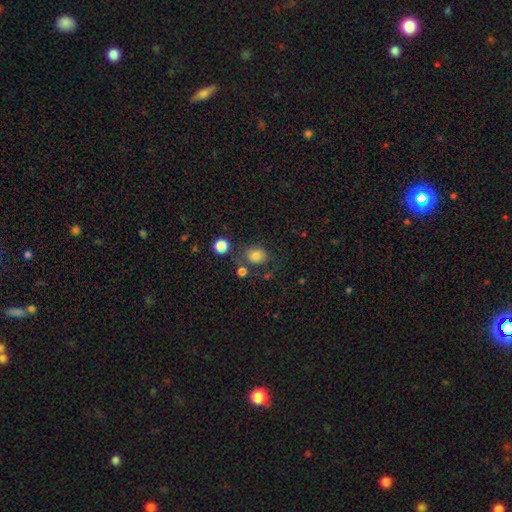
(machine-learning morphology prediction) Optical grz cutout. It shows a smooth galaxy with no disk features (80%) that is round (57%). Merging: none (69%).